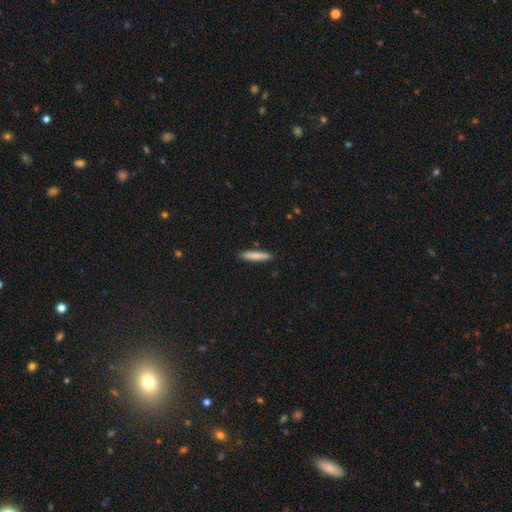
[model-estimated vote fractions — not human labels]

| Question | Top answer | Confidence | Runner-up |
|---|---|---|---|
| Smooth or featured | smooth | 82% | featured or disk (12%) |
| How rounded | cigar-shaped | 90% | in between (9%) |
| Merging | none | 88% | minor disturbance (8%) |